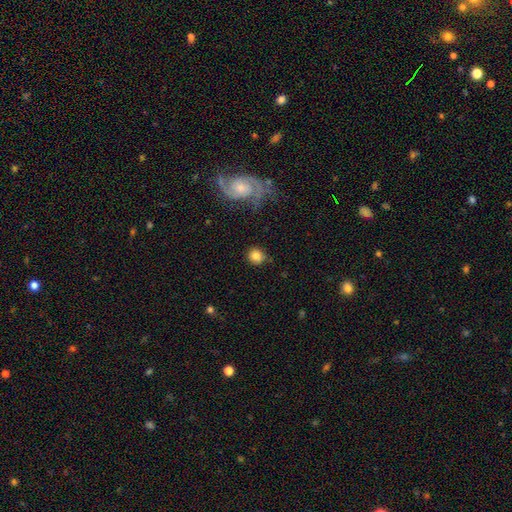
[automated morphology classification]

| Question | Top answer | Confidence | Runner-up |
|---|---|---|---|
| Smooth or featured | smooth | 78% | featured or disk (12%) |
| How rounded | round | 84% | in between (15%) |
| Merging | none | 76% | minor disturbance (15%) |